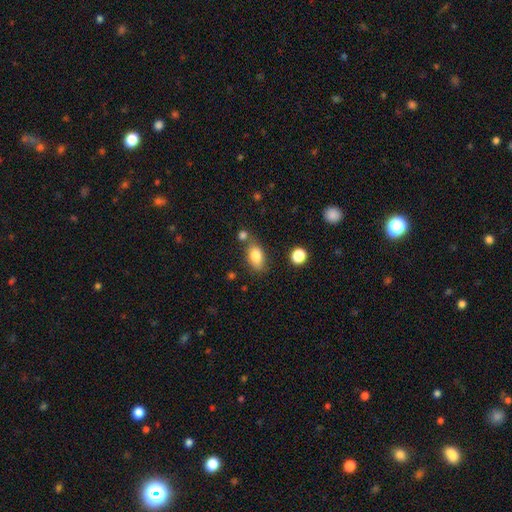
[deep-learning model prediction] A smooth galaxy with no disk features (81%) that is in between round and cigar-shaped (86%). Merging: none (66%).